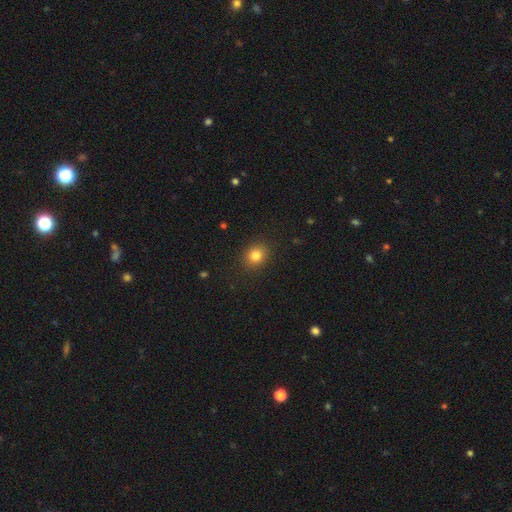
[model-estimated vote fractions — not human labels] Q: Smooth or featured?
A: smooth (82%); runner-up: star or artifact (12%)
Q: How rounded?
A: round (74%); runner-up: in between (25%)
Q: Merging?
A: none (89%); runner-up: minor disturbance (7%)